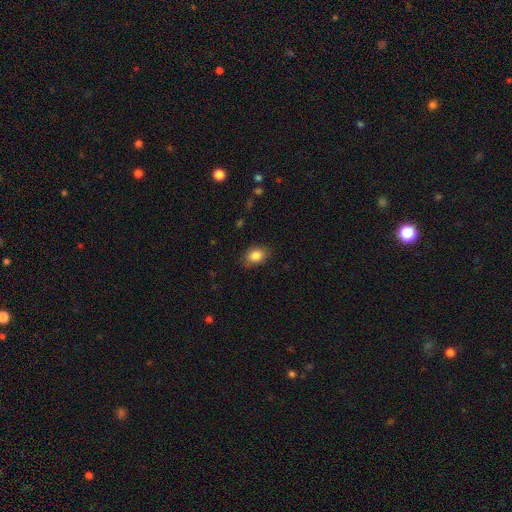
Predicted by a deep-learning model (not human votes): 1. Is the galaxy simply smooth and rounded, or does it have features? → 85% smooth, 8% star or artifact, 7% featured or disk.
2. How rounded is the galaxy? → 80% in between, 19% round, 1% cigar-shaped.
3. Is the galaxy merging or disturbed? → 80% none, 15% minor disturbance, 4% major disturbance, 1% merger.